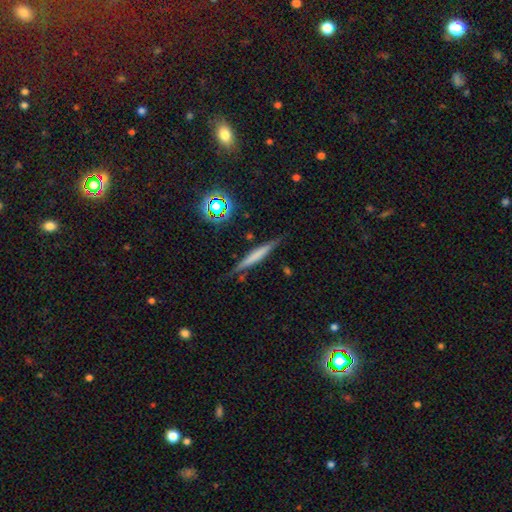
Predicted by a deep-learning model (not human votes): Smooth or featured: smooth — 51% (featured or disk — 40%)
How rounded: cigar-shaped — 94% (in between — 4%)
Merging: none — 83% (minor disturbance — 12%)